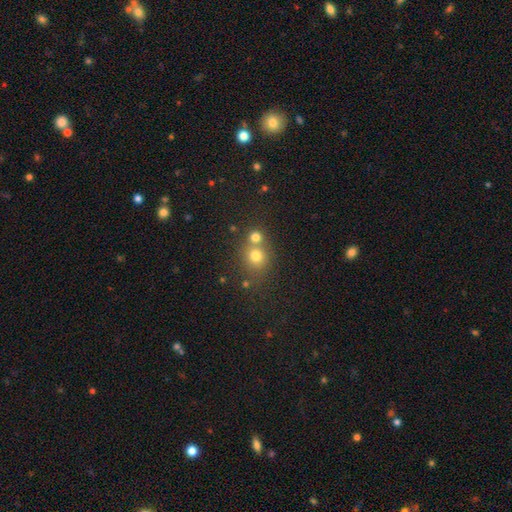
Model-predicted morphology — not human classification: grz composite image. It shows a smooth galaxy with no disk features (73%) that is round (83%). Merging: none (48%).